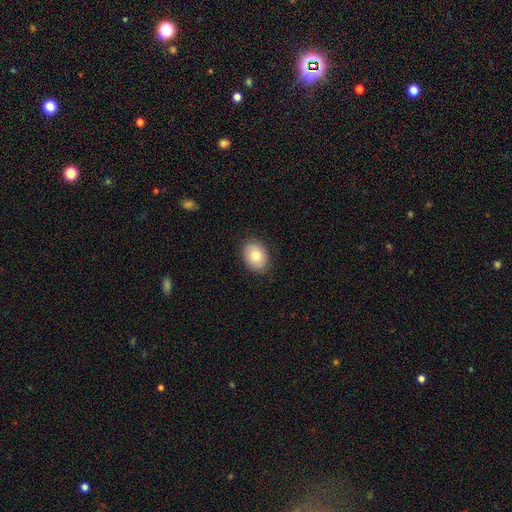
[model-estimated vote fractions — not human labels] Smooth or featured? smooth (81%)
How rounded? in between (70%)
Merging? none (85%)